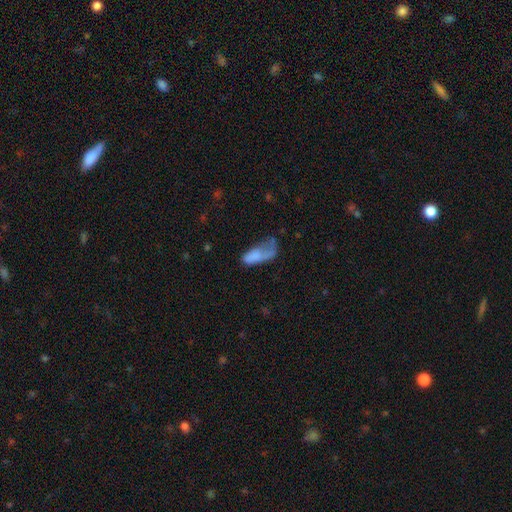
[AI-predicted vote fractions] A smooth galaxy with no disk features (67%) that is in between round and cigar-shaped (84%).

Vote fractions:
- Smooth or featured? smooth: 67% / featured or disk: 24% / star or artifact: 9%
- How rounded? in between: 84% / cigar-shaped: 12% / round: 4%
- Merging? major disturbance: 49% / minor disturbance: 21% / none: 20% / merger: 10%